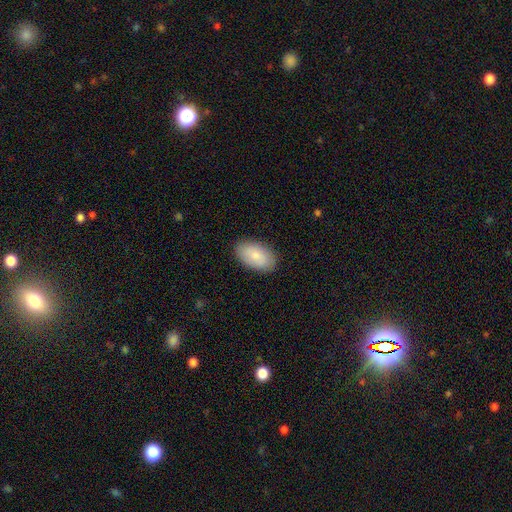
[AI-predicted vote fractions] smooth_or_featured: smooth (p=0.82) [alt: featured or disk p=0.12]
how_rounded: in between (p=0.95) [alt: round p=0.04]
merging: none (p=0.87) [alt: minor disturbance p=0.10]